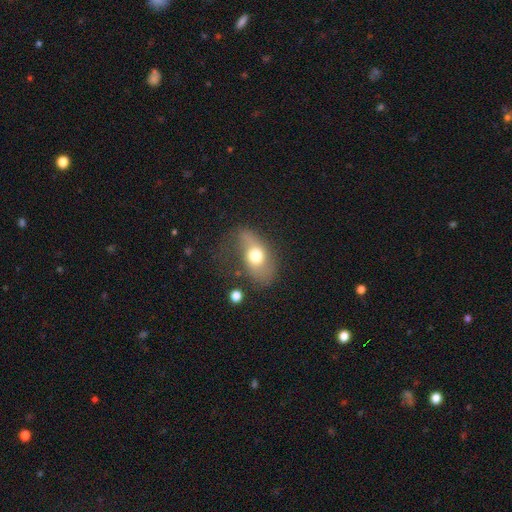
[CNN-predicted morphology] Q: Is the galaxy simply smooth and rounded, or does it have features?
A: smooth — 57%.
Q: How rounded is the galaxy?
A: in between — 80%.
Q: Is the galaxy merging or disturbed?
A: none — 43%.